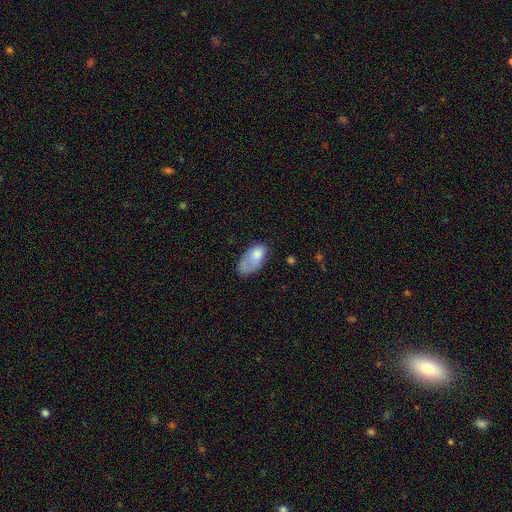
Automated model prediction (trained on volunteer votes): This appears to be a smooth galaxy with no disk features (73%) that is in between round and cigar-shaped (93%). Merging: none (33%).